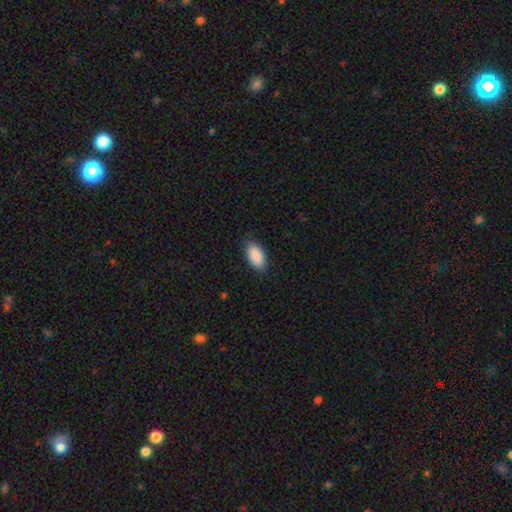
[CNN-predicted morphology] A smooth galaxy with no disk features (91%) that is in between round and cigar-shaped (94%). Merging: none (84%).